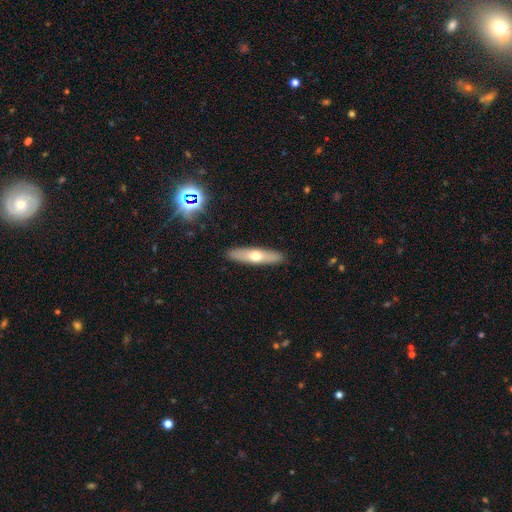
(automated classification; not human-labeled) Smooth or featured? Predicted: smooth (p=0.53). How rounded? Predicted: cigar-shaped (p=0.75). Merging? Predicted: none (p=0.90).